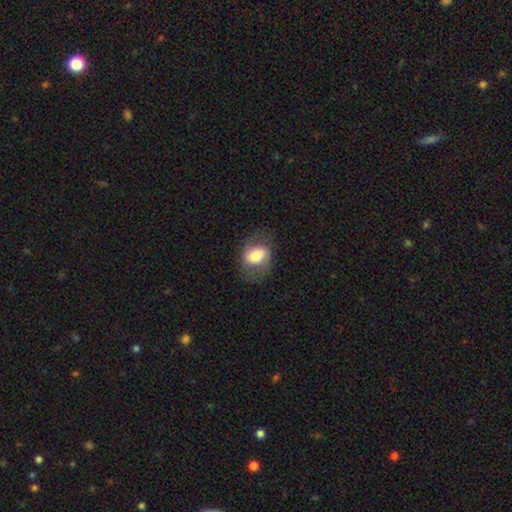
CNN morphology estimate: This appears to be a smooth galaxy with no disk features (66%) that is in between round and cigar-shaped (73%). Merging: none (68%).